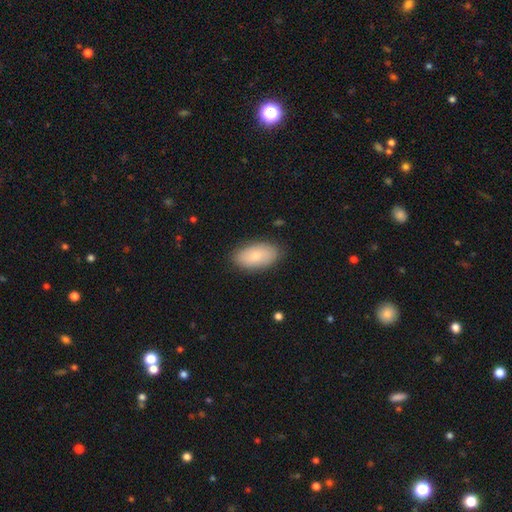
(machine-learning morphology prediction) Smooth or featured?
  - smooth: 77% *
  - featured or disk: 17%
  - star or artifact: 6%
How rounded?
  - in between: 94% *
  - round: 3%
  - cigar-shaped: 2%
Merging?
  - none: 85% *
  - minor disturbance: 12%
  - major disturbance: 2%
  - merger: 1%